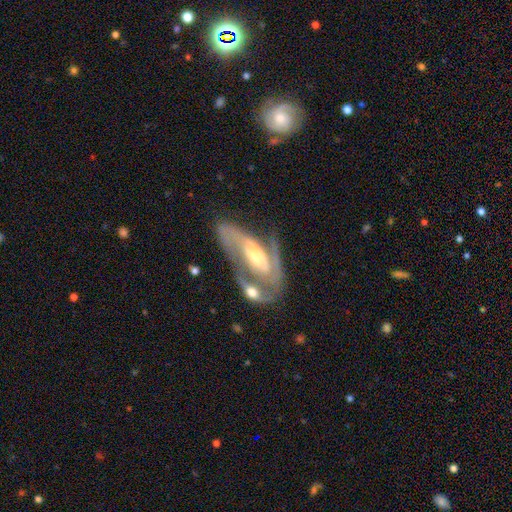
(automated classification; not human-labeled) Smooth or featured: featured or disk — 82% (smooth — 13%)
Edge-on disk: no — 90% (yes — 10%)
Bar: weak — 38% (strong — 32%)
Spiral arms: yes — 89% (no — 11%)
Spiral winding: medium — 46% (tight — 33%)
Spiral arm count: 2 — 71% (can't tell — 14%)
Bulge size: moderate — 52% (small — 35%)
Merging: merger — 35% (none — 32%)